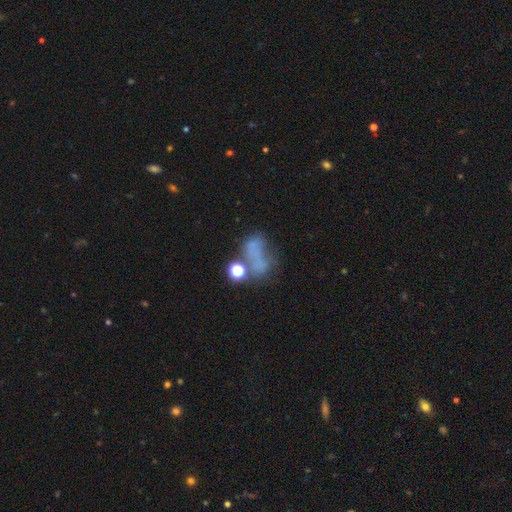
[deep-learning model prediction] This appears to be a smooth galaxy with no disk features (44%). Merging: major disturbance (31%).